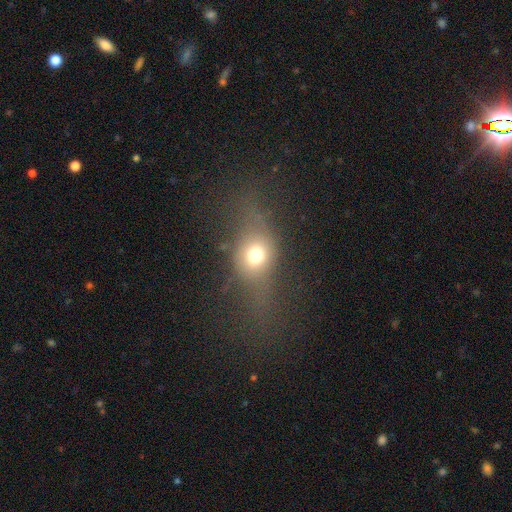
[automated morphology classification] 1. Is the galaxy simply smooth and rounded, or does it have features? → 58% smooth, 26% featured or disk, 16% star or artifact.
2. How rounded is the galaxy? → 49% round, 44% in between, 7% cigar-shaped.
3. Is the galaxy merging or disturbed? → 54% none, 23% major disturbance, 20% minor disturbance, 4% merger.